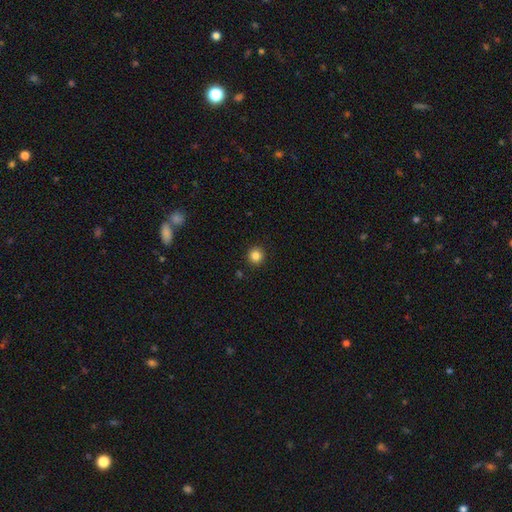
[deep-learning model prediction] This appears to be a smooth galaxy with no disk features (84%) that is round (94%). Merging: none (92%).